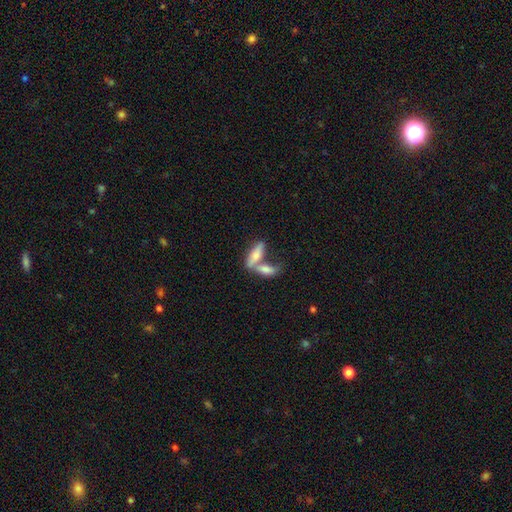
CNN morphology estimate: smooth 63%, featured or disk 30%, star or artifact 7%. Down the decision tree: how rounded — in between (54%); merging — merger (58%).